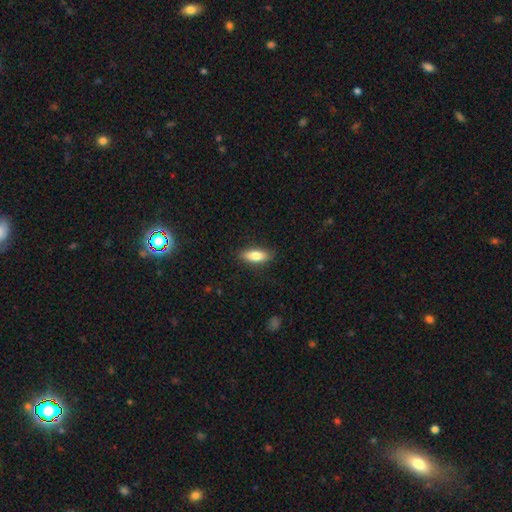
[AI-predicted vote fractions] A smooth galaxy with no disk features (79%) that is in between round and cigar-shaped (71%). Merging: none (84%).